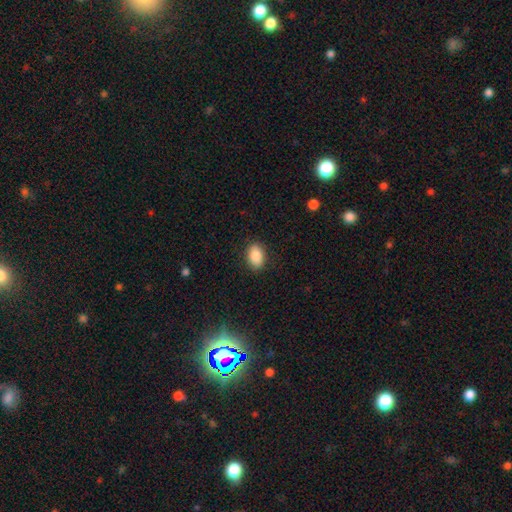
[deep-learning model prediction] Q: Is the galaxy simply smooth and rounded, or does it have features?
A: smooth — 86%.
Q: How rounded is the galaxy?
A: in between — 86%.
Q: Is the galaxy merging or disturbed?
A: none — 87%.